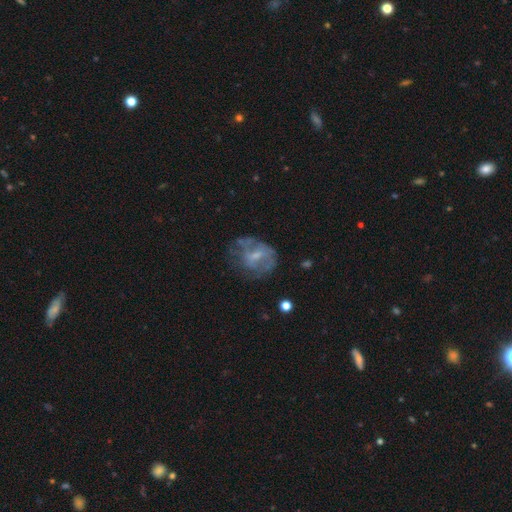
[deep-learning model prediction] Overall: featured or disk (57%; smooth 32%). Edge-on disk: no (97%). Bar: no (46%; weak 43%). Spiral arms: no (63%; yes 37%). Bulge size: small (40%; moderate 35%). Merging: none (47%; major disturbance 25%).